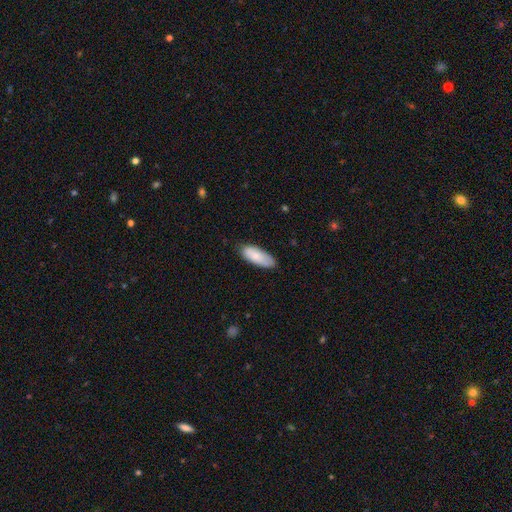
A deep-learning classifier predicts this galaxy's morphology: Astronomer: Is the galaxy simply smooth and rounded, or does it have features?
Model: smooth — 78%.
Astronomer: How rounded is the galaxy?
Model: in between — 80%.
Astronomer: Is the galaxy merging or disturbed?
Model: none — 76%.